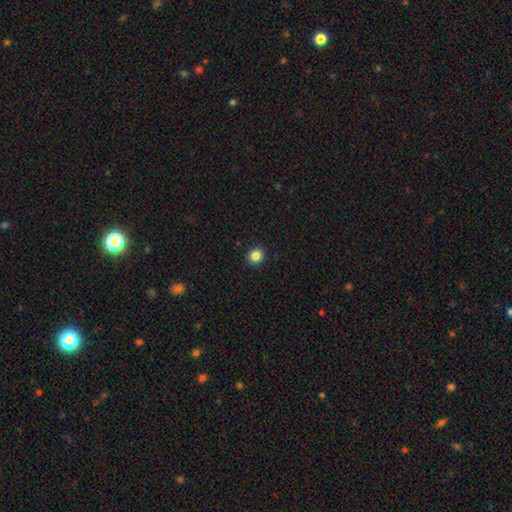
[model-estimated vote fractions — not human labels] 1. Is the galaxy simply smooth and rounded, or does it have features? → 84% smooth, 11% star or artifact, 5% featured or disk.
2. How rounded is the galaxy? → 81% round, 18% in between, 1% cigar-shaped.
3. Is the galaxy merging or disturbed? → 92% none, 5% minor disturbance, 2% major disturbance, 1% merger.